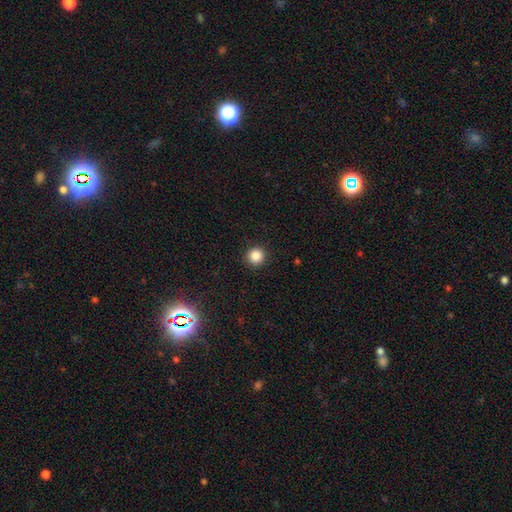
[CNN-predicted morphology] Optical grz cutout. It shows a smooth galaxy with no disk features (86%) that is round (95%). Merging: none (91%).